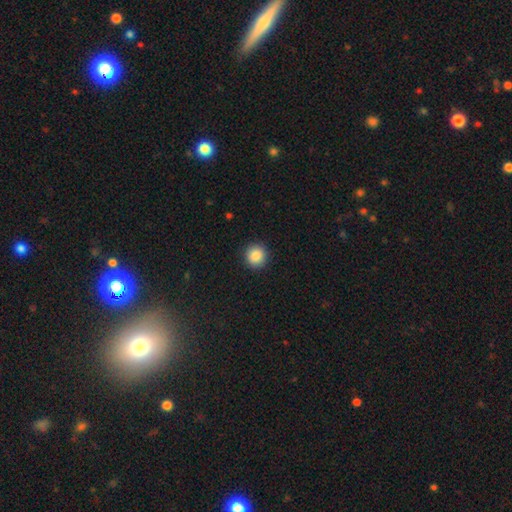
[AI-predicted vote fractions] Smooth or featured? smooth (88%)
How rounded? round (94%)
Merging? none (92%)